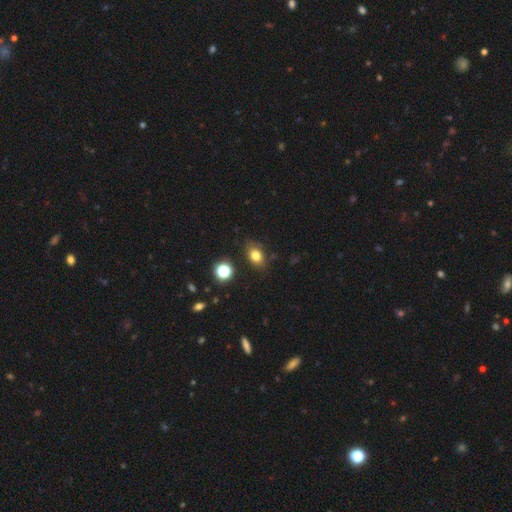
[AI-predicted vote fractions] A smooth galaxy with no disk features (78%) that is in between round and cigar-shaped (73%).

Vote fractions:
- Smooth or featured? smooth: 78% / star or artifact: 12% / featured or disk: 9%
- How rounded? in between: 73% / round: 25% / cigar-shaped: 2%
- Merging? none: 79% / minor disturbance: 15% / major disturbance: 3% / merger: 3%